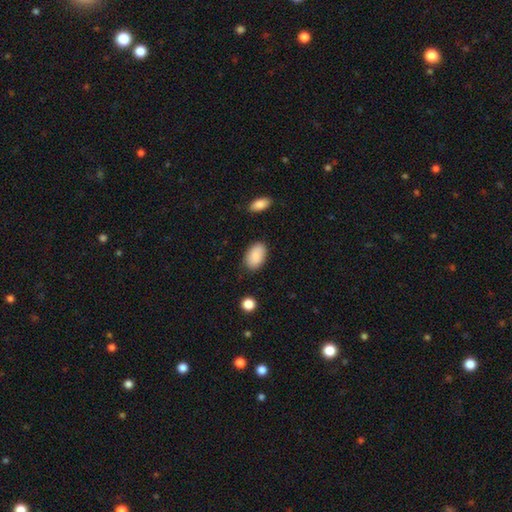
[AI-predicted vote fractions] Q: Smooth or featured?
A: smooth (89%); runner-up: star or artifact (6%)
Q: How rounded?
A: in between (93%); runner-up: round (6%)
Q: Merging?
A: none (82%); runner-up: minor disturbance (13%)